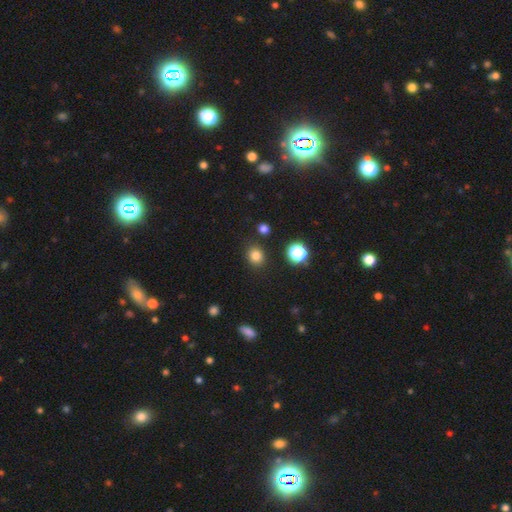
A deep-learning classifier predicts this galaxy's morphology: Smooth or featured?
  - smooth: 81% *
  - star or artifact: 14%
  - featured or disk: 5%
How rounded?
  - round: 75% *
  - in between: 24%
  - cigar-shaped: 1%
Merging?
  - none: 86% *
  - minor disturbance: 8%
  - merger: 3%
  - major disturbance: 3%